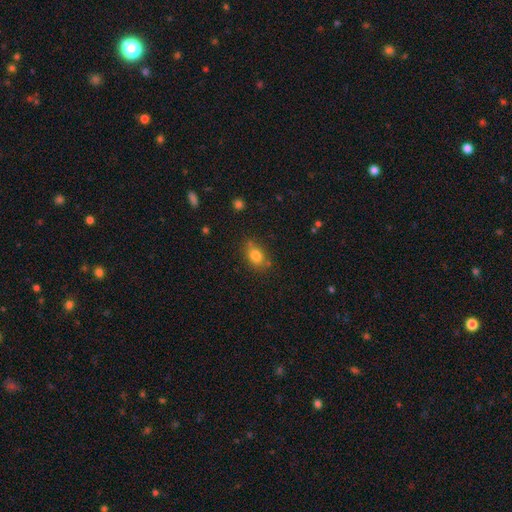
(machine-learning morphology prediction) This is clearly a smooth galaxy (80%). How rounded: likely in between (69%). Merging: likely none (70%).